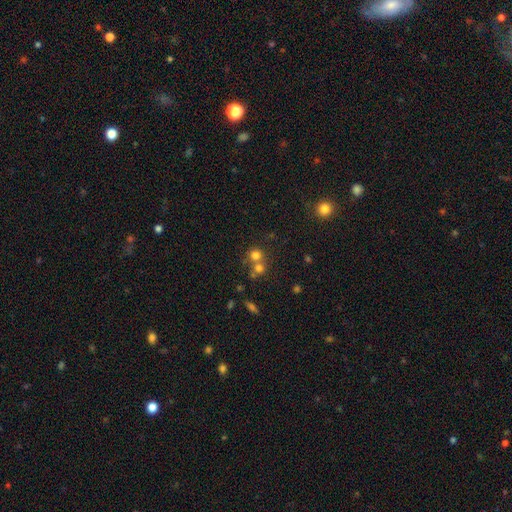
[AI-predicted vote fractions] A smooth galaxy with no disk features (72%) that is round (86%). Merging: none (46%).